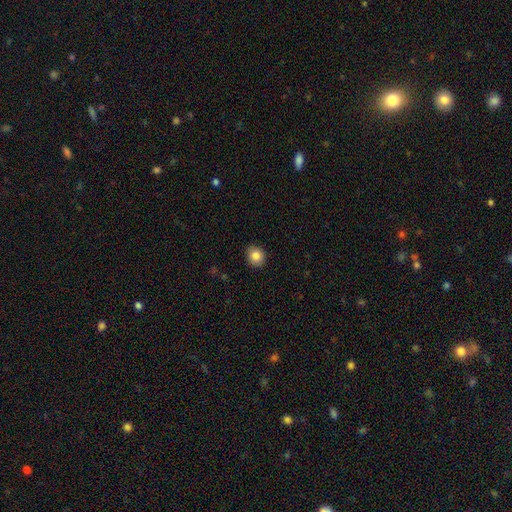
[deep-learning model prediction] A smooth galaxy with no disk features (85%) that is round (72%).

Vote fractions:
- Smooth or featured? smooth: 85% / star or artifact: 9% / featured or disk: 6%
- How rounded? round: 72% / in between: 27% / cigar-shaped: 1%
- Merging? none: 89% / minor disturbance: 9% / major disturbance: 2% / merger: 1%